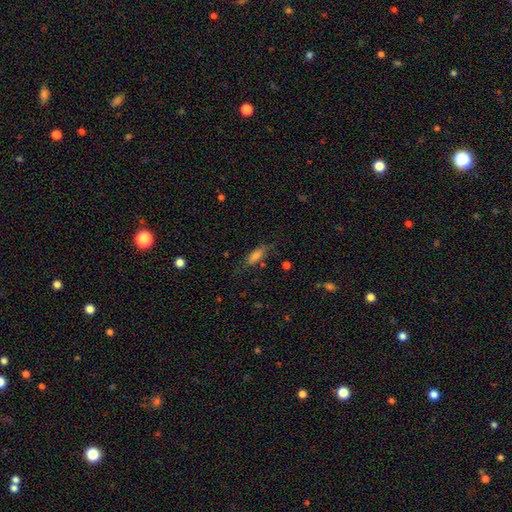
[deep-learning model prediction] This appears to be a smooth galaxy with no disk features (70%) that is in between round and cigar-shaped (56%). Merging: none (68%).